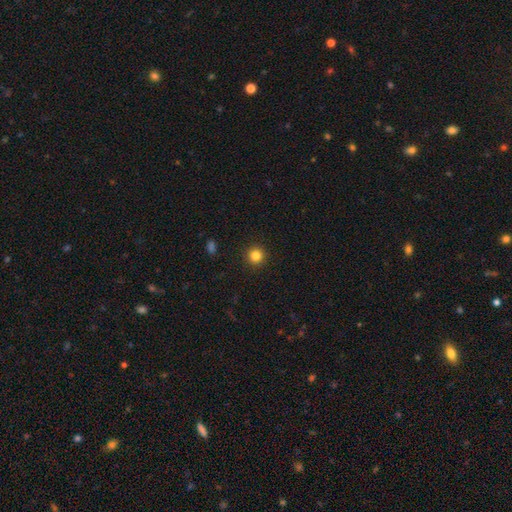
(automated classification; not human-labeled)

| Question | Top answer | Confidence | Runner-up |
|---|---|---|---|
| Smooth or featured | smooth | 83% | star or artifact (12%) |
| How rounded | round | 95% | in between (4%) |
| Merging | none | 93% | minor disturbance (5%) |